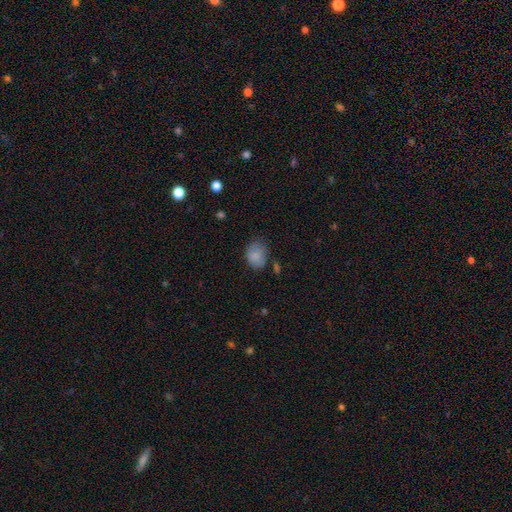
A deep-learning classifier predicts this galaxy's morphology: Smooth or featured? Predicted: smooth (p=0.85). How rounded? Predicted: in between (p=0.64). Merging? Predicted: none (p=0.64).